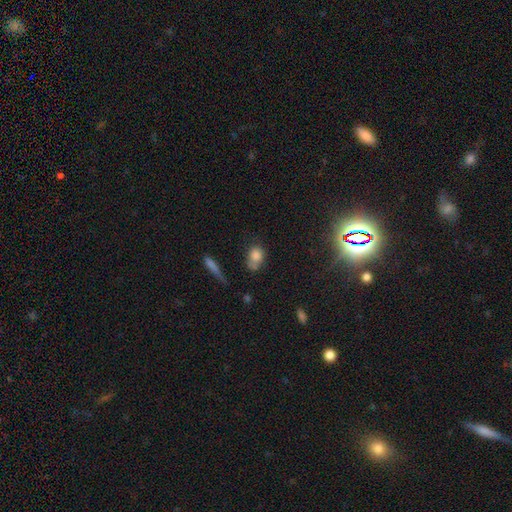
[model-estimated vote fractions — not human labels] This appears to be a smooth galaxy with no disk features (78%) that is in between round and cigar-shaped (63%). Merging: none (45%).